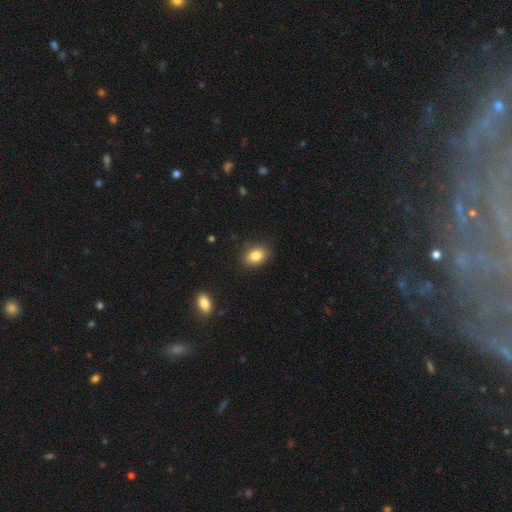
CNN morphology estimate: This is clearly a smooth galaxy (85%). How rounded: likely in between (75%). Merging: clearly none (86%).